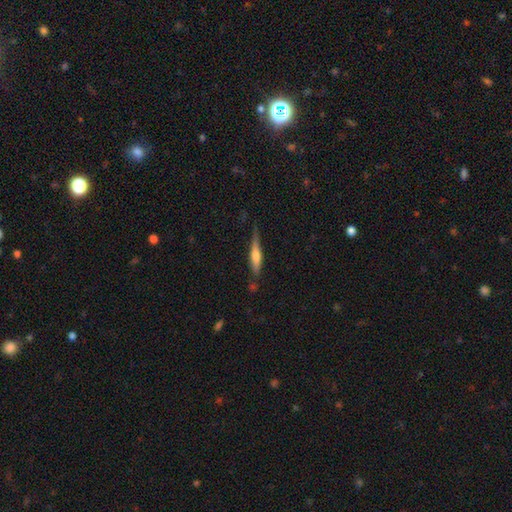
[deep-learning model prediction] The model was most divided on "smooth or featured": smooth: 47%, featured or disk: 46%, star or artifact: 6%. More confident: merging — none (63%).